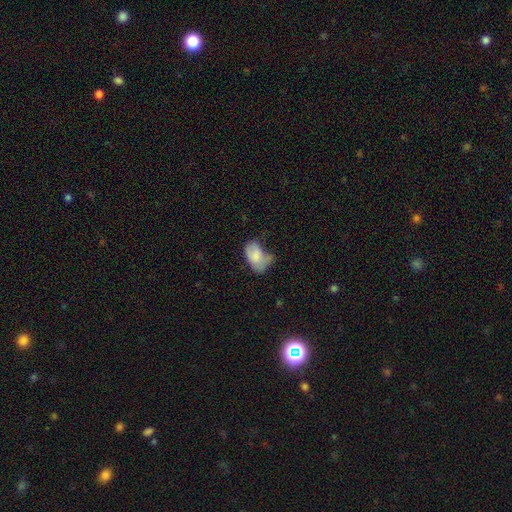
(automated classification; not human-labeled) Q: Smooth or featured?
A: smooth (75%); runner-up: featured or disk (17%)
Q: How rounded?
A: in between (89%); runner-up: round (10%)
Q: Merging?
A: minor disturbance (37%); runner-up: major disturbance (29%)